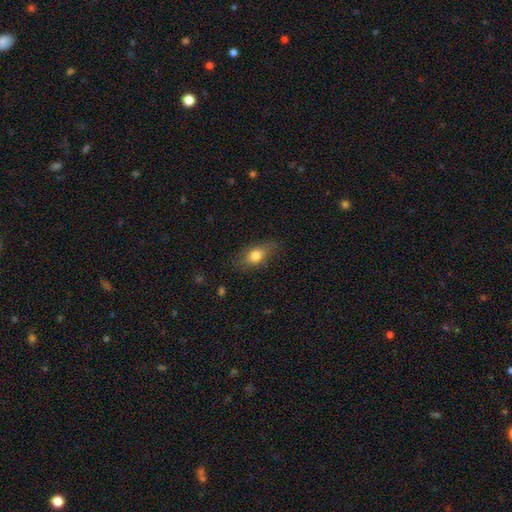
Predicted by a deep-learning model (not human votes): This appears to be a smooth galaxy with no disk features (76%) that is in between round and cigar-shaped (80%). Merging: none (75%).